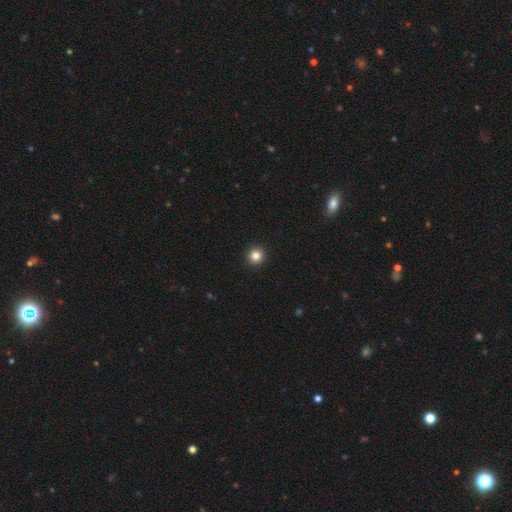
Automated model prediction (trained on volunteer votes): Morphology: type=smooth (83%); roundness=round (95%); merging=none (94%).